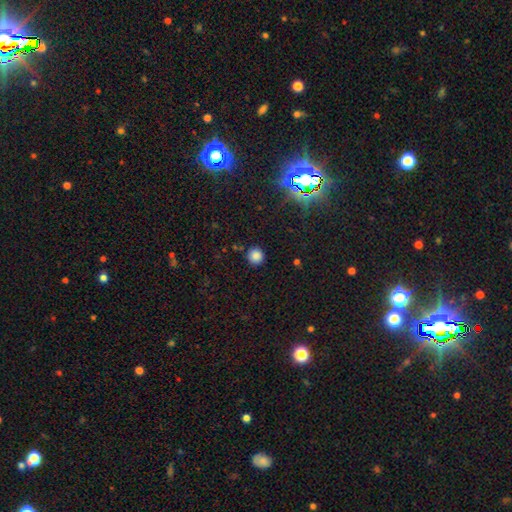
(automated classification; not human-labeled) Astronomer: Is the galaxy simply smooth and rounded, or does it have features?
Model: smooth — 83%.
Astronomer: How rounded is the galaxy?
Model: round — 94%.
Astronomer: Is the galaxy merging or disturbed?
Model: none — 88%.